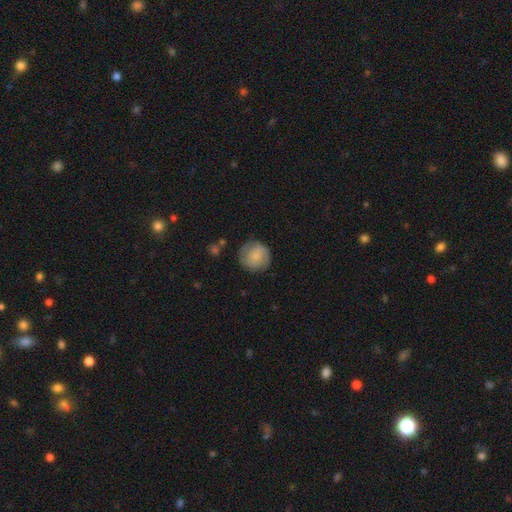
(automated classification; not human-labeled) The model was most divided on "smooth or featured": smooth: 70%, featured or disk: 23%, star or artifact: 7%. More confident: how rounded — round (91%); merging — none (75%).